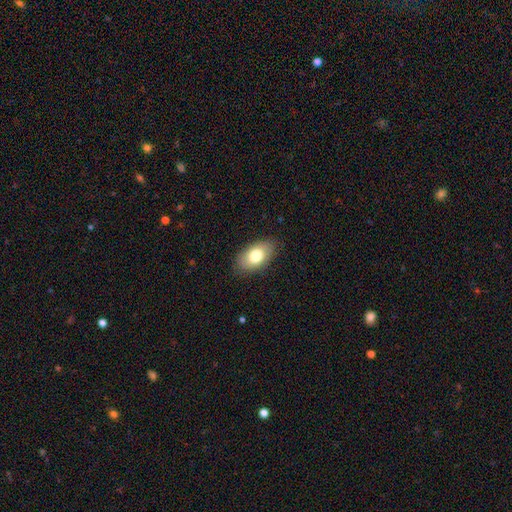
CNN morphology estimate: Smooth or featured? Predicted: smooth (p=0.76). How rounded? Predicted: in between (p=0.92). Merging? Predicted: none (p=0.84).